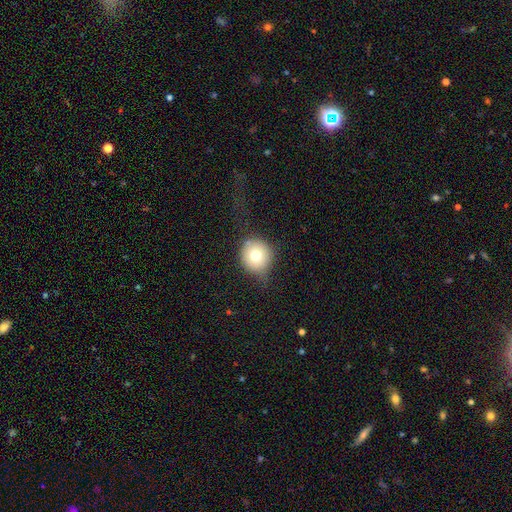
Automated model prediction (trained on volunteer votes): Q: Smooth or featured?
A: smooth (72%); runner-up: featured or disk (17%)
Q: How rounded?
A: round (91%); runner-up: in between (8%)
Q: Merging?
A: none (66%); runner-up: minor disturbance (21%)